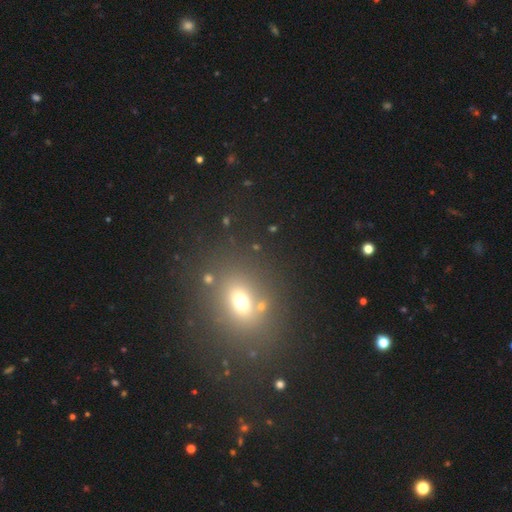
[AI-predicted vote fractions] Overall: smooth (52%; star or artifact 35%). How rounded: in between (50%; round 47%). Merging: none (77%).